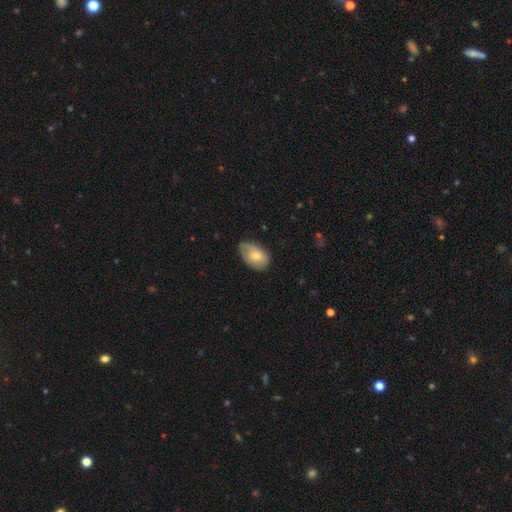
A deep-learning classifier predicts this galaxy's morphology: smooth_or_featured: smooth (p=0.70) [alt: featured or disk p=0.24]
how_rounded: in between (p=0.88) [alt: round p=0.10]
merging: none (p=0.55) [alt: minor disturbance p=0.36]